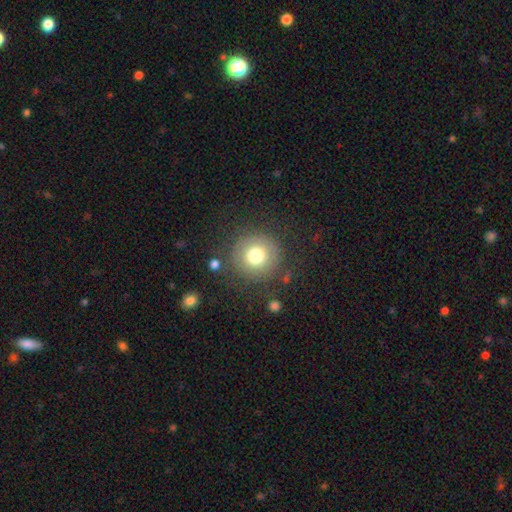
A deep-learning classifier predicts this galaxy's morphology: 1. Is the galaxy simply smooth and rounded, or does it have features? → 73% smooth, 16% featured or disk, 12% star or artifact.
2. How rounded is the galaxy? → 95% round, 4% in between, 1% cigar-shaped.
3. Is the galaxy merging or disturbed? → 83% none, 9% minor disturbance, 6% major disturbance, 2% merger.